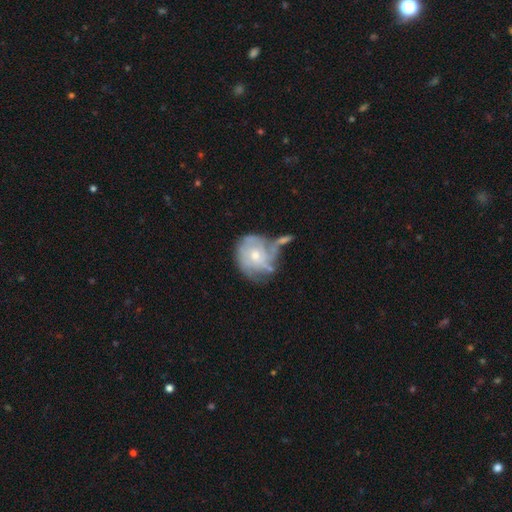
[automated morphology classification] Smooth or featured? Predicted: featured or disk (p=0.67). Edge-on disk? Predicted: no (p=0.97). Bar? Predicted: no (p=0.80). Spiral arms? Predicted: yes (p=0.72). Bulge size? Predicted: moderate (p=0.55). Merging? Predicted: none (p=0.36).